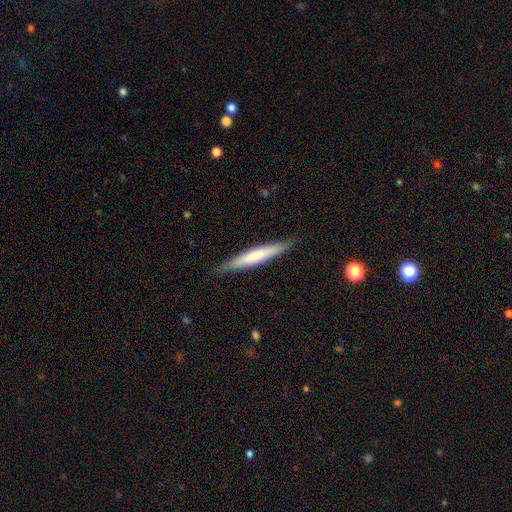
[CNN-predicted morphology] This is likely a smooth galaxy (63%). How rounded: clearly cigar-shaped (93%). Merging: clearly none (88%).